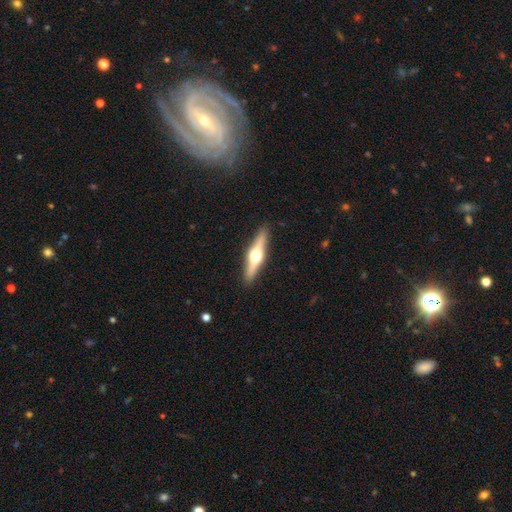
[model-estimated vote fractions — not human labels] Morphology: type=featured or disk (68%); edge-on=yes (97%); edge-on bulge=rounded (96%); merging=none (91%).